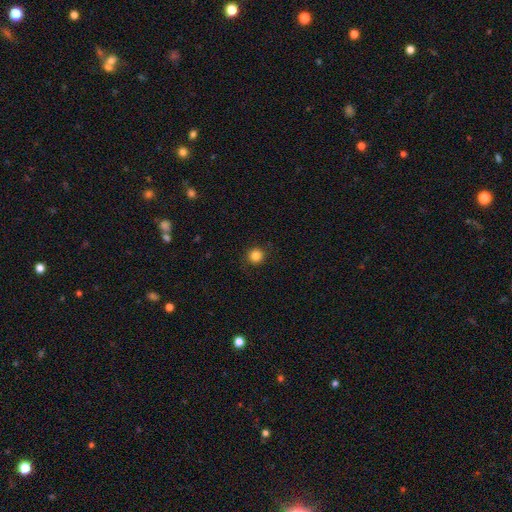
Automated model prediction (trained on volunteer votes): Overall: smooth (85%). How rounded: round (94%). Merging: none (90%).